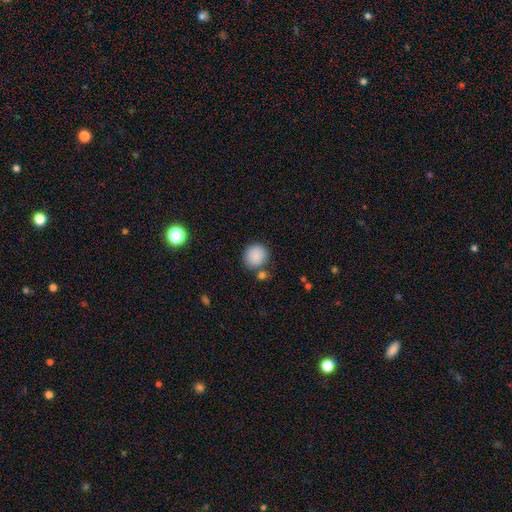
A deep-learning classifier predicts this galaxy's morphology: Overall: smooth (87%). How rounded: round (90%). Merging: none (76%).